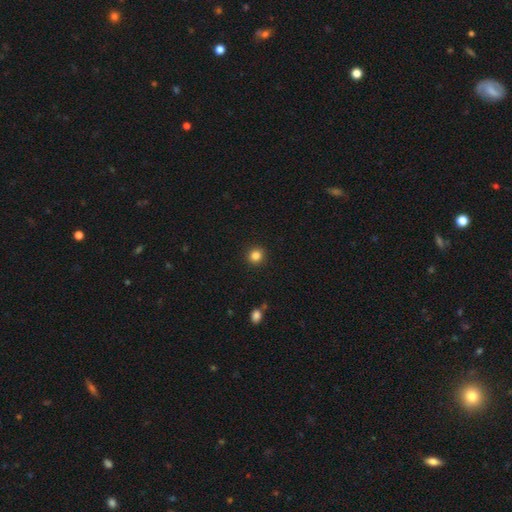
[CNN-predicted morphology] A smooth galaxy with no disk features (84%) that is round (89%).

Vote fractions:
- Smooth or featured? smooth: 84% / star or artifact: 11% / featured or disk: 4%
- How rounded? round: 89% / in between: 10% / cigar-shaped: 1%
- Merging? none: 92% / minor disturbance: 5% / major disturbance: 2% / merger: 1%